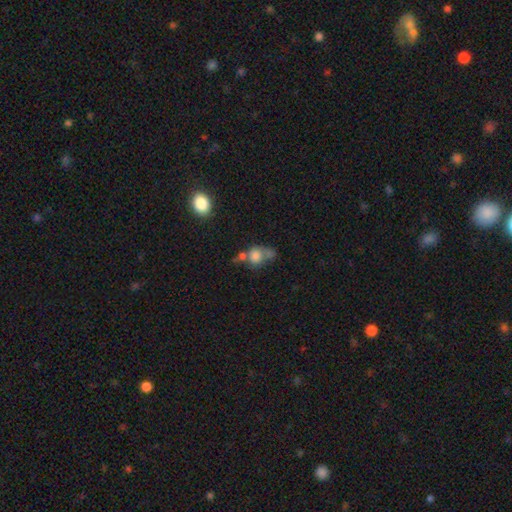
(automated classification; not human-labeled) A smooth galaxy with no disk features (72%) that is round (60%).

Vote fractions:
- Smooth or featured? smooth: 72% / featured or disk: 16% / star or artifact: 12%
- How rounded? round: 60% / in between: 39% / cigar-shaped: 2%
- Merging? merger: 43% / none: 25% / major disturbance: 16% / minor disturbance: 15%